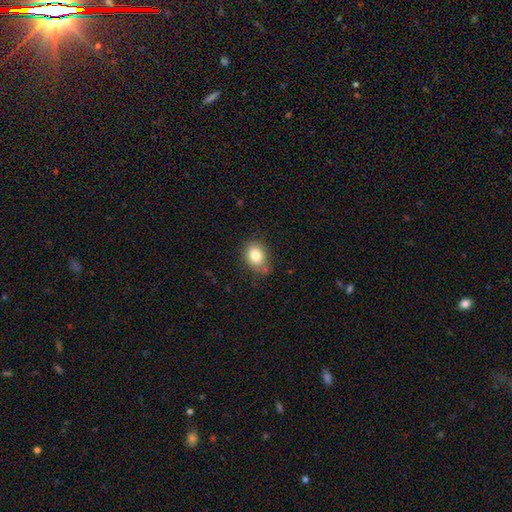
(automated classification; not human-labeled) Overall: smooth (81%). How rounded: in between (52%; round 47%). Merging: none (75%).